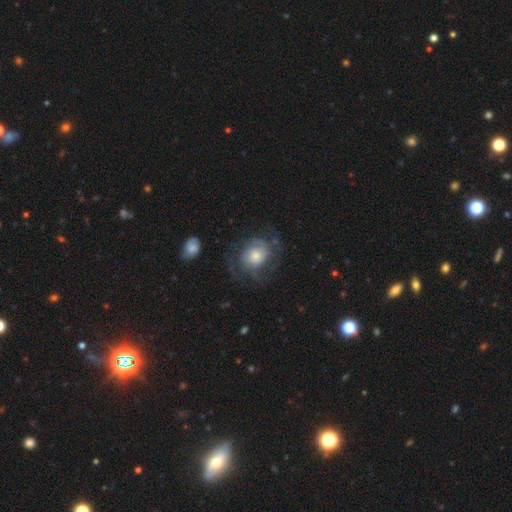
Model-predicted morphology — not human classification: Q: Smooth or featured?
A: featured or disk (66%); runner-up: smooth (26%)
Q: Edge-on disk?
A: no (97%); runner-up: yes (3%)
Q: Bar?
A: no (77%); runner-up: weak (20%)
Q: Spiral arms?
A: yes (87%); runner-up: no (13%)
Q: Spiral winding?
A: tight (46%); runner-up: medium (39%)
Q: Spiral arm count?
A: can't tell (35%); runner-up: 2 (31%)
Q: Bulge size?
A: moderate (49%); runner-up: small (24%)
Q: Merging?
A: none (63%); runner-up: minor disturbance (18%)